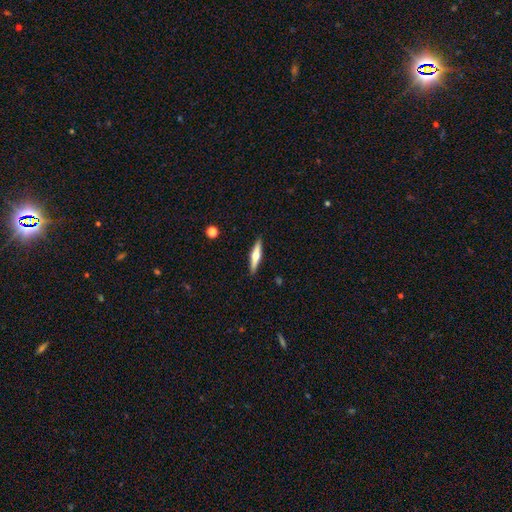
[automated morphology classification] smooth-or-featured: featured or disk: 57% | smooth: 37% | star or artifact: 6%
  disk-edge-on: yes: 96% | no: 4%
    edge-on-bulge: rounded: 92% | boxy: 4% | none: 4%
  merging: none: 90% | minor disturbance: 7% | major disturbance: 2% | merger: 1%